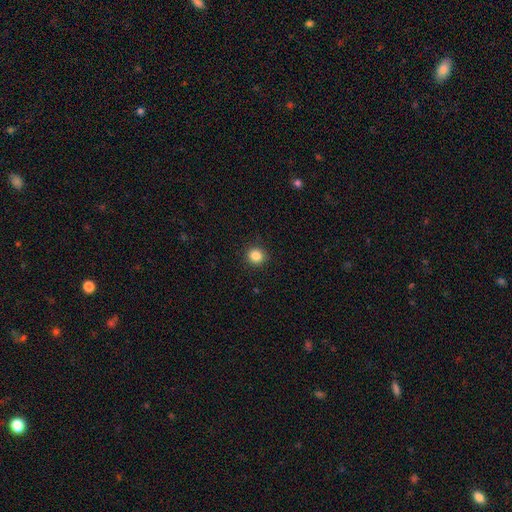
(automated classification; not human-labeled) A smooth galaxy with no disk features (86%) that is round (92%). Merging: none (92%).